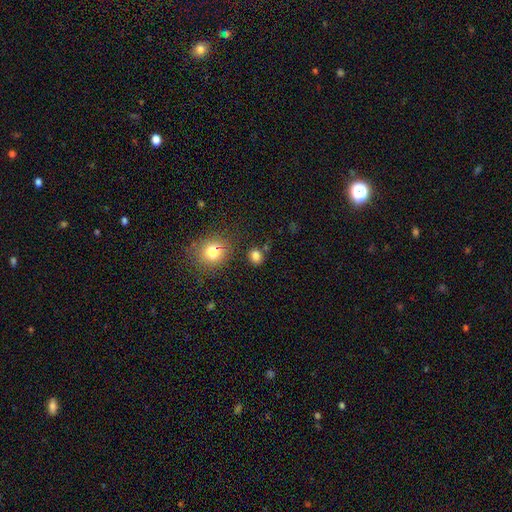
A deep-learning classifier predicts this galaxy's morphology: Overall: smooth (81%). How rounded: round (72%). Merging: none (79%).